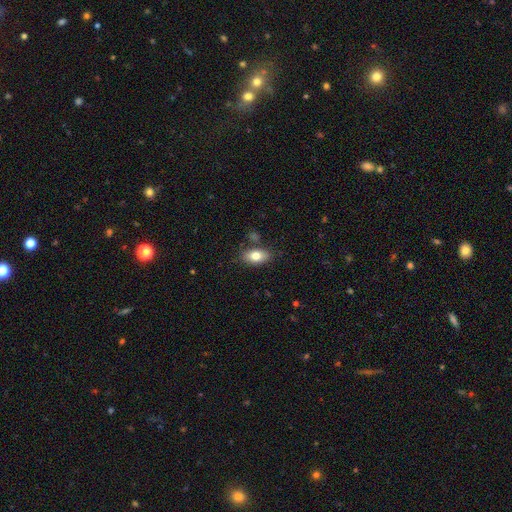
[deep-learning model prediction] Overall: smooth (78%). How rounded: in between (89%). Merging: none (80%).